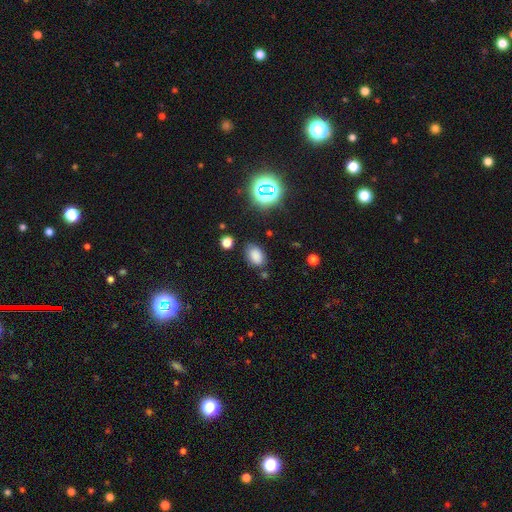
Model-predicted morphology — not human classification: Smooth or featured? smooth (79%)
How rounded? in between (85%)
Merging? none (77%)